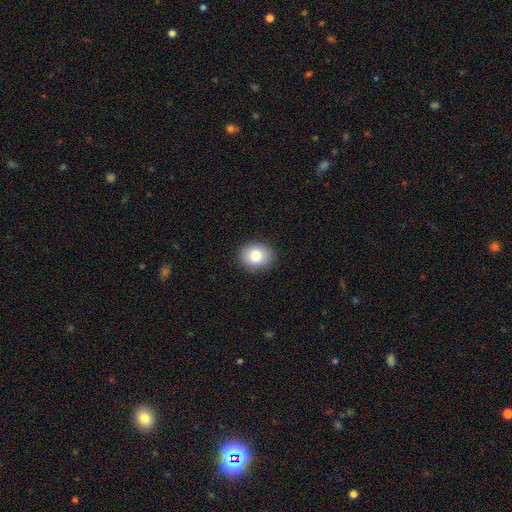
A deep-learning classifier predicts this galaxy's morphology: A smooth galaxy with no disk features (81%) that is round (53%). Merging: none (89%).